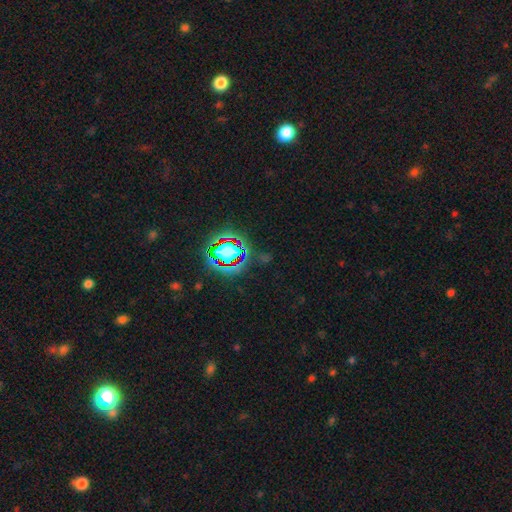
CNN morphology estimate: smooth_or_featured: star or artifact (p=0.80) [alt: smooth p=0.12]